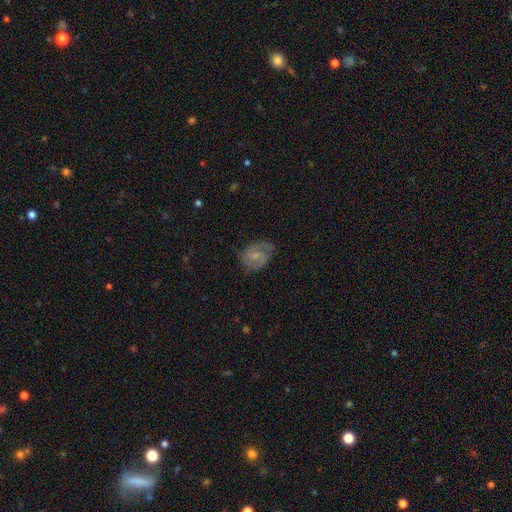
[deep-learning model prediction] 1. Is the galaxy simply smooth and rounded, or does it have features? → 68% featured or disk, 25% smooth, 7% star or artifact.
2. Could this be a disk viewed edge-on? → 98% no, 2% yes.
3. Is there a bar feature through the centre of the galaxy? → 57% no, 37% weak, 5% strong.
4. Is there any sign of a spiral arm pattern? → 92% yes, 8% no.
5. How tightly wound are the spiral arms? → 48% medium, 36% tight, 16% loose.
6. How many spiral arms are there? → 77% 2, 11% can't tell, 4% 1, 4% 3, 2% 4, 2% more than 4.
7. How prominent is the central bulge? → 63% small, 26% moderate, 9% none, 1% large, 1% dominant.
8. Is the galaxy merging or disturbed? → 70% none, 21% minor disturbance, 8% major disturbance, 1% merger.